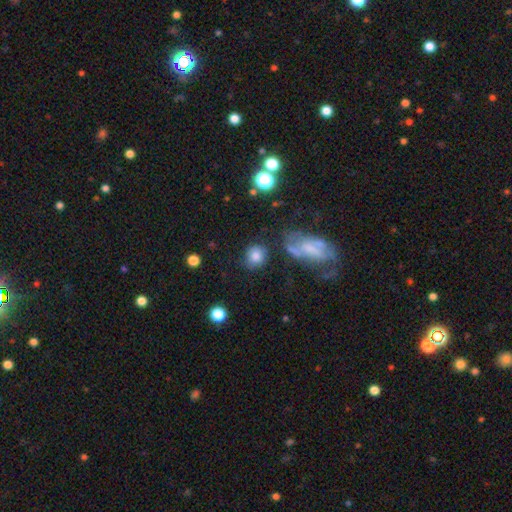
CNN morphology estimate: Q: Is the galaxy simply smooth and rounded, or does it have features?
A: smooth — 77%.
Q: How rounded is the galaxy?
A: round — 74%.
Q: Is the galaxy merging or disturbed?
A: none — 70%.